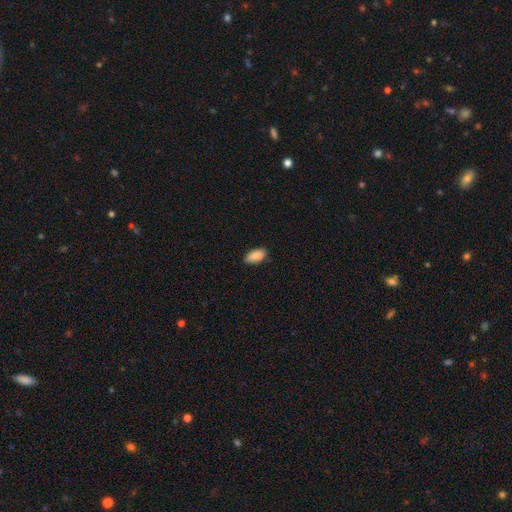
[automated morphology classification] Smooth or featured: smooth — 90% (star or artifact — 7%)
How rounded: in between — 92% (cigar-shaped — 6%)
Merging: none — 84% (minor disturbance — 13%)